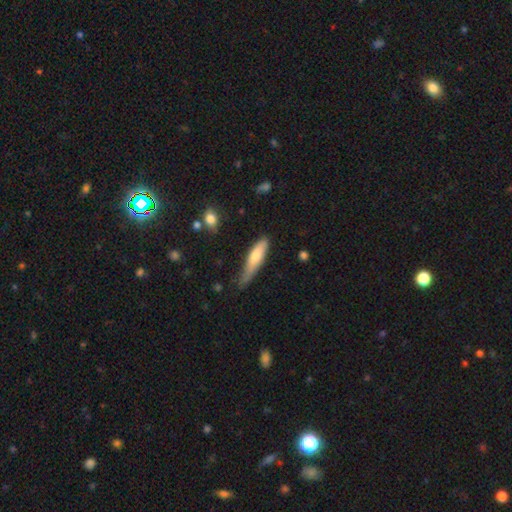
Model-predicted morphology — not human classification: Q: Smooth or featured?
A: smooth (69%); runner-up: featured or disk (25%)
Q: How rounded?
A: cigar-shaped (70%); runner-up: in between (28%)
Q: Merging?
A: none (44%); runner-up: minor disturbance (41%)